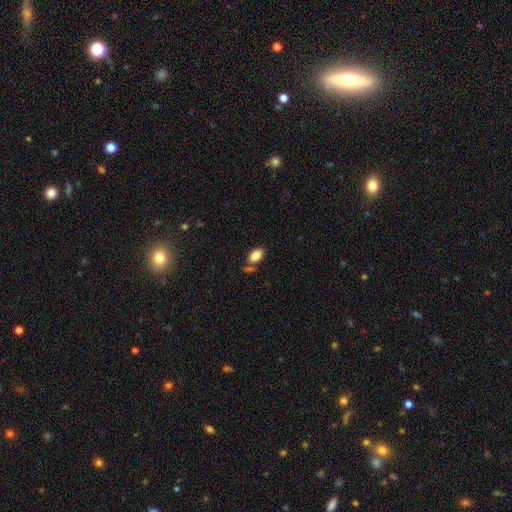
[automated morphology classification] Overall: smooth (86%). How rounded: in between (92%). Merging: none (68%).